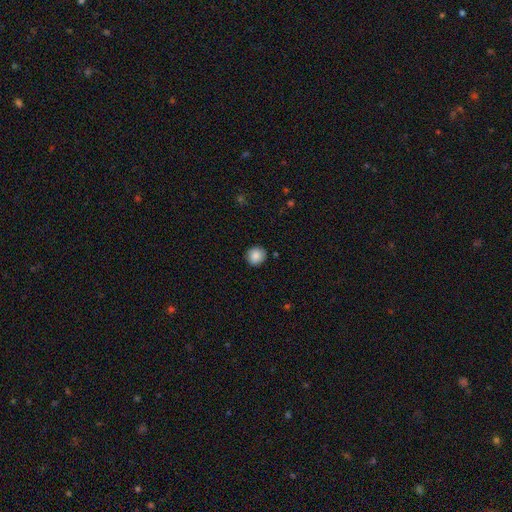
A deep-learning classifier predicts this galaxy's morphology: Smooth or featured? smooth (87%)
How rounded? round (86%)
Merging? none (88%)